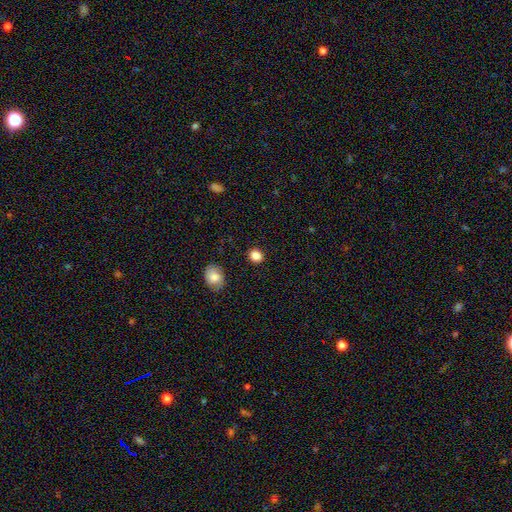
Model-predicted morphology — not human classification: smooth-or-featured: smooth: 86% | star or artifact: 10% | featured or disk: 4%
  how-rounded: round: 74% | in between: 25% | cigar-shaped: 1%
  merging: none: 89% | minor disturbance: 7% | major disturbance: 2% | merger: 2%